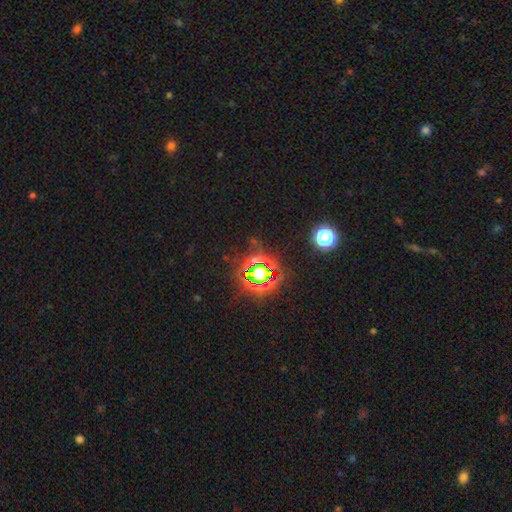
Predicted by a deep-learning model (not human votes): Overall: star or artifact (80%).